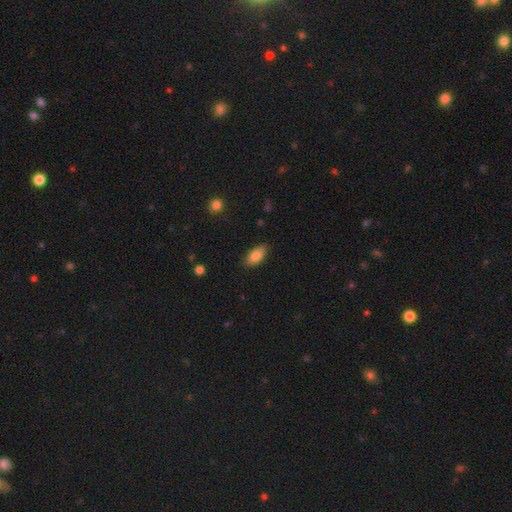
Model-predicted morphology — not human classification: Smooth or featured? smooth (83%)
How rounded? in between (88%)
Merging? none (85%)